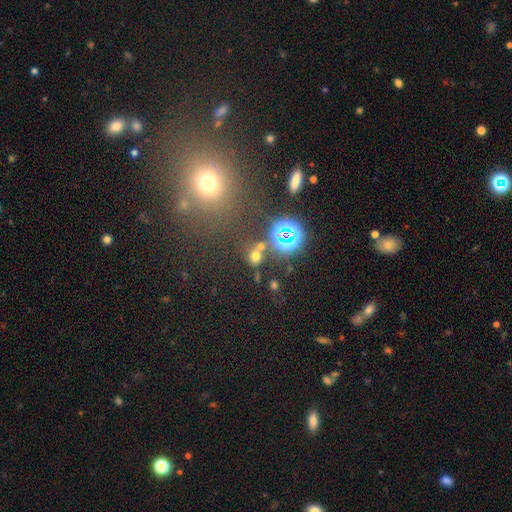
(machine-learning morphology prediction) This is possibly a smooth galaxy (57%). How rounded: likely round (72%). Merging: likely none (63%).